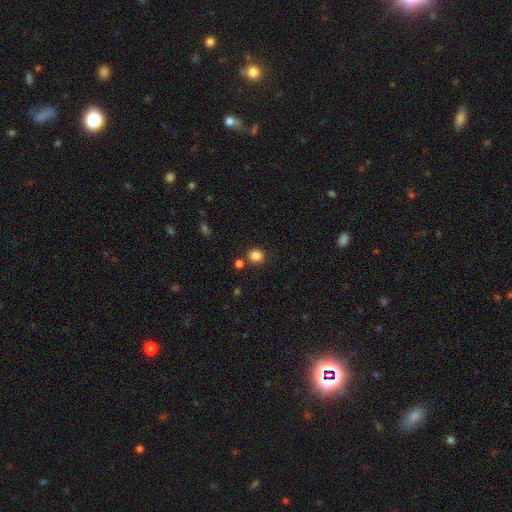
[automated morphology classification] type=smooth (85%); roundness=round (83%); merging=none (81%).